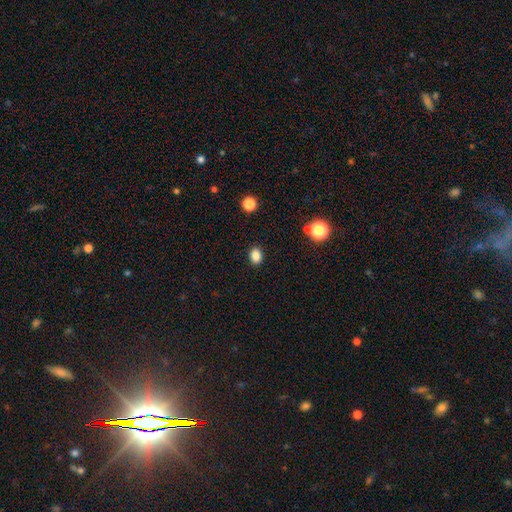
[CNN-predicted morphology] This is clearly a smooth galaxy (85%). How rounded: likely in between (61%). Merging: clearly none (90%).